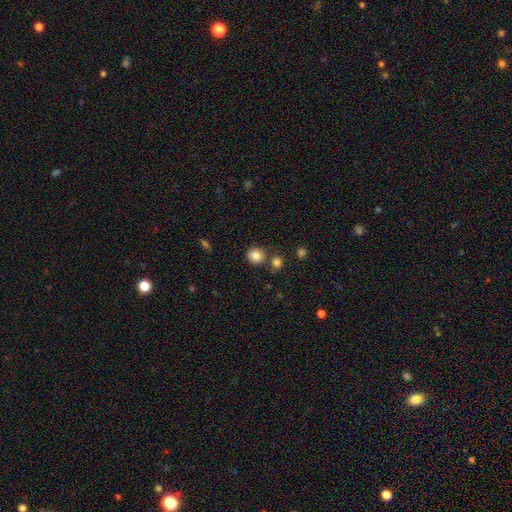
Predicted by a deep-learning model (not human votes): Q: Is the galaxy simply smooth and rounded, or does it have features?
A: smooth — 85%.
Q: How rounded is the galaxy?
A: round — 89%.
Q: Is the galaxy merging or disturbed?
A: none — 77%.